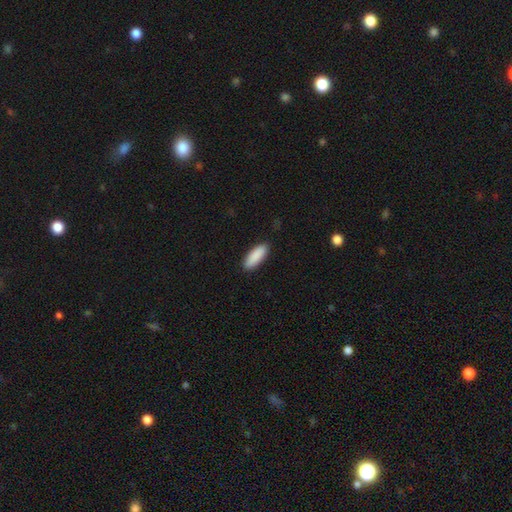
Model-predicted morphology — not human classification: smooth_or_featured: smooth (p=0.91) [alt: star or artifact p=0.05]
how_rounded: in between (p=0.71) [alt: cigar-shaped p=0.28]
merging: none (p=0.89) [alt: minor disturbance p=0.08]